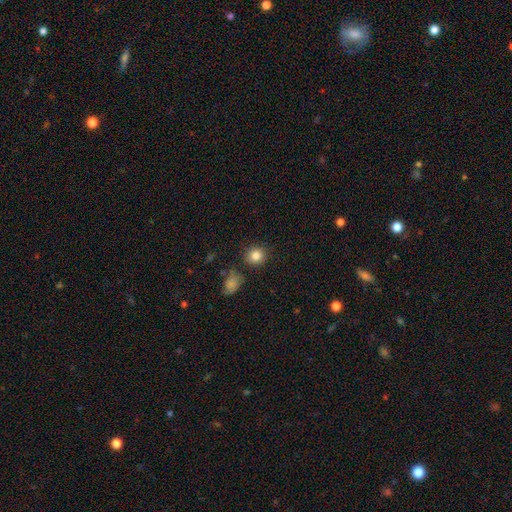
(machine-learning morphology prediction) smooth 85%, star or artifact 10%, featured or disk 5%. Down the decision tree: how rounded — round (84%); merging — none (84%).